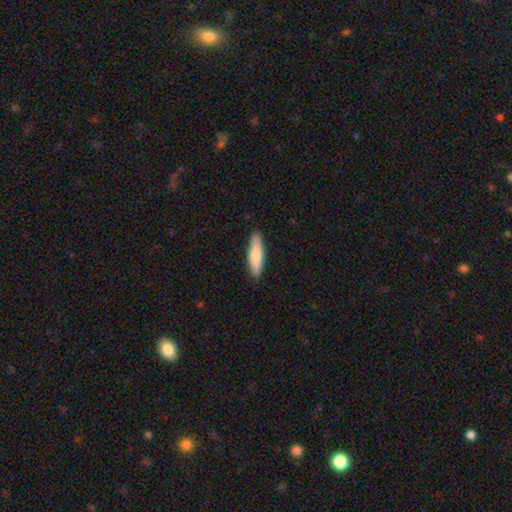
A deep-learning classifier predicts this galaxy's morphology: A smooth galaxy with no disk features (78%) that is cigar-shaped (68%). Merging: none (88%).